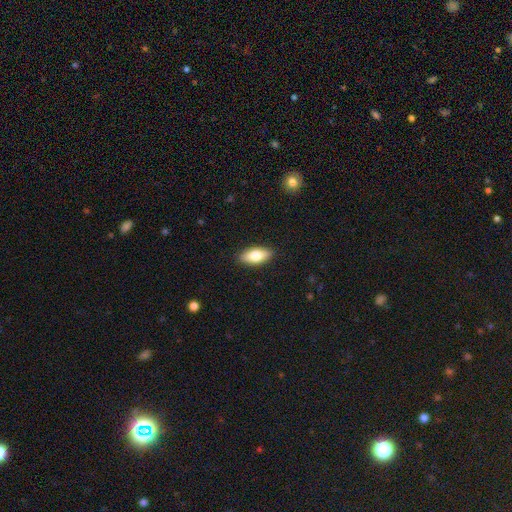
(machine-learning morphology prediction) smooth-or-featured: smooth: 76% | featured or disk: 17% | star or artifact: 6%
  how-rounded: in between: 85% | cigar-shaped: 12% | round: 3%
  merging: none: 89% | minor disturbance: 8% | major disturbance: 2% | merger: 1%